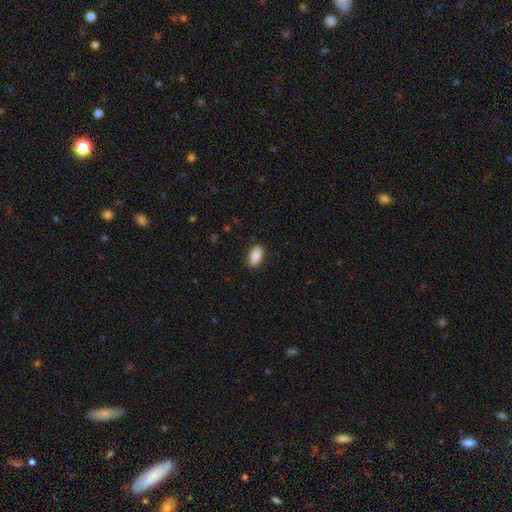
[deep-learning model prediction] smooth_or_featured: smooth (p=0.85) [alt: featured or disk p=0.08]
how_rounded: in between (p=0.93) [alt: round p=0.04]
merging: none (p=0.87) [alt: minor disturbance p=0.09]